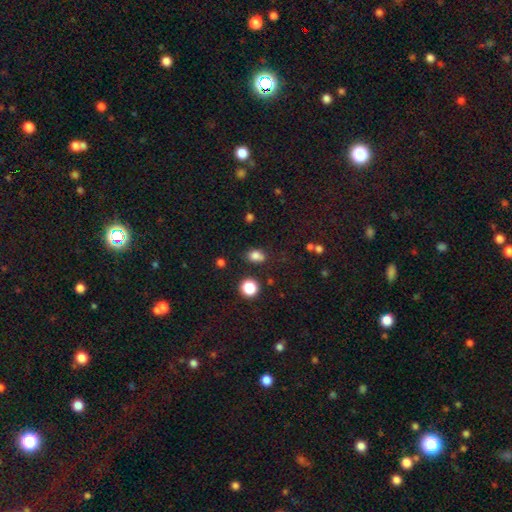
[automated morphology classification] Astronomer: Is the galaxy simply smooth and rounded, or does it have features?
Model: smooth — 79%.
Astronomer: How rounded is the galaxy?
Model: in between — 61% (runner-up: round, 37%).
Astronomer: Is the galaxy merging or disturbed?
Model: none — 67%.